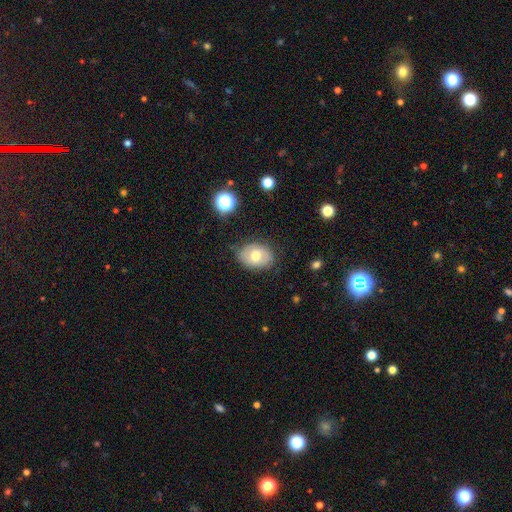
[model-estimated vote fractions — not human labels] Overall: smooth (62%; featured or disk 28%). How rounded: in between (69%; round 30%). Merging: none (73%).